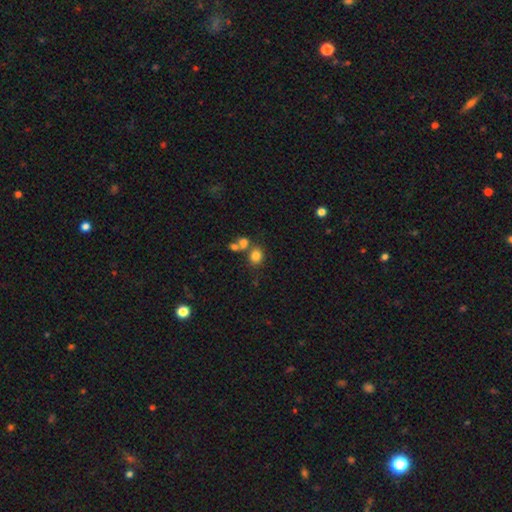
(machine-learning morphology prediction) smooth-or-featured: smooth: 80% | star or artifact: 13% | featured or disk: 7%
  how-rounded: round: 65% | in between: 34% | cigar-shaped: 1%
  merging: none: 60% | merger: 25% | minor disturbance: 11% | major disturbance: 5%